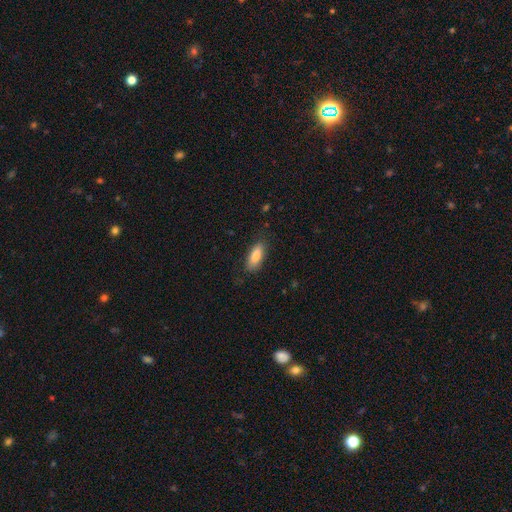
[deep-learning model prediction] This is clearly a smooth galaxy (83%). How rounded: likely in between (73%). Merging: clearly none (81%).